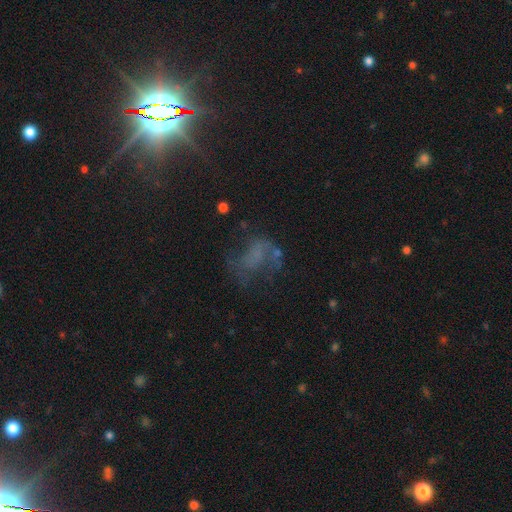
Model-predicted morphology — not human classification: Overall: featured or disk (45%; star or artifact 28%). Merging: none (40%; major disturbance 35%).